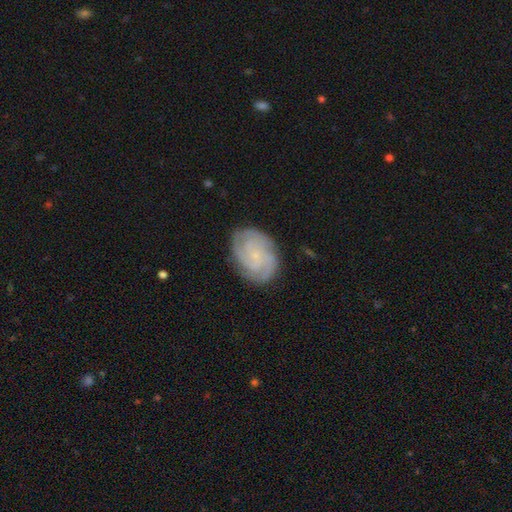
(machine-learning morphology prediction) Smooth or featured?
  - featured or disk: 79% *
  - smooth: 14%
  - star or artifact: 7%
Edge-on disk?
  - no: 98% *
  - yes: 2%
Bar?
  - no: 73% *
  - weak: 23%
  - strong: 4%
Spiral arms?
  - yes: 96% *
  - no: 4%
Spiral winding?
  - tight: 64% *
  - medium: 30%
  - loose: 6%
Spiral arm count?
  - 3: 31% *
  - can't tell: 21%
  - 4: 19%
  - 2: 15%
  - more than 4: 7%
  - 1: 6%
Bulge size?
  - small: 79% *
  - moderate: 11%
  - none: 8%
  - large: 1%
  - dominant: 1%
Merging?
  - none: 80% *
  - minor disturbance: 14%
  - major disturbance: 4%
  - merger: 1%